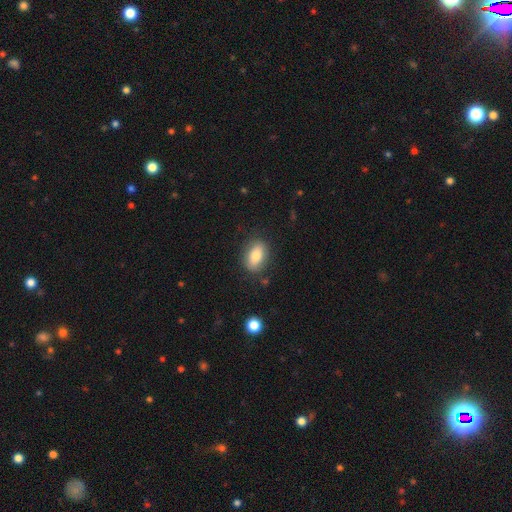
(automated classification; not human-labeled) Smooth or featured: smooth — 75% (featured or disk — 17%)
How rounded: in between — 83% (round — 13%)
Merging: none — 83% (minor disturbance — 12%)